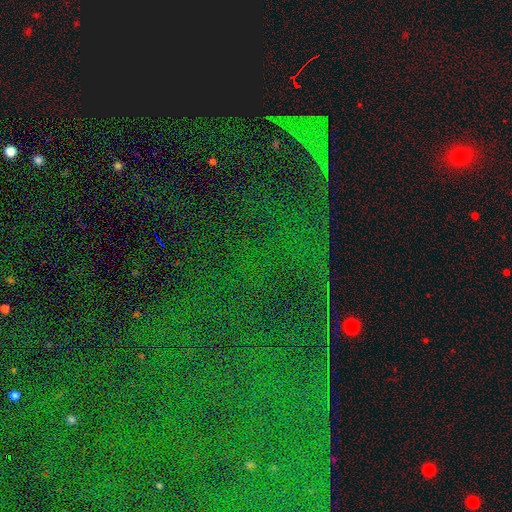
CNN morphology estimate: This appears to be a star or artifact, not a galaxy (86%).